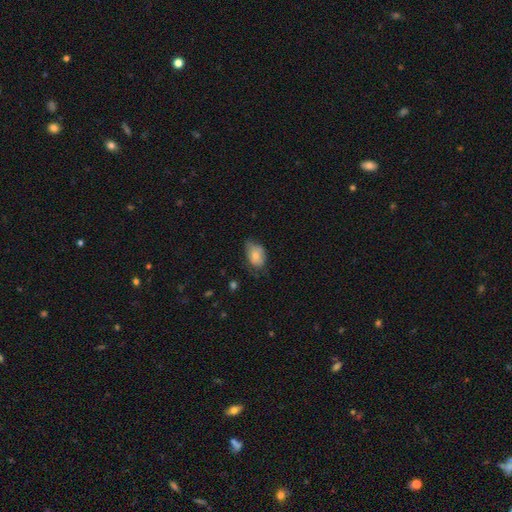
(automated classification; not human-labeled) smooth 76%, featured or disk 16%, star or artifact 8%. Down the decision tree: how rounded — in between (86%); merging — none (50%).